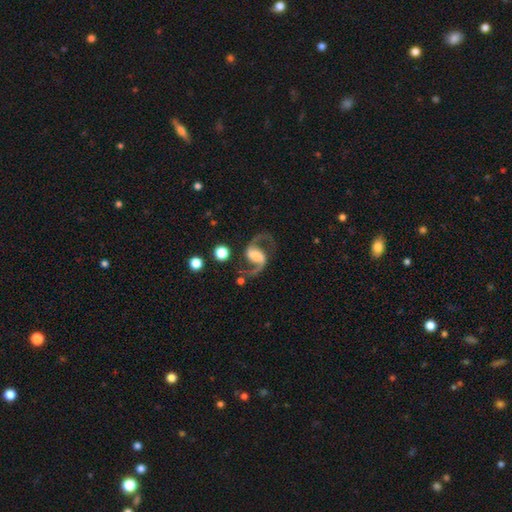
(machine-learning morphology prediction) This appears to be a featured or disk galaxy (90%) with a weak bar (40%), 2 (94%) loose (49%) spiral arms (98%) and a moderate central bulge (39%). Merging: none (76%).